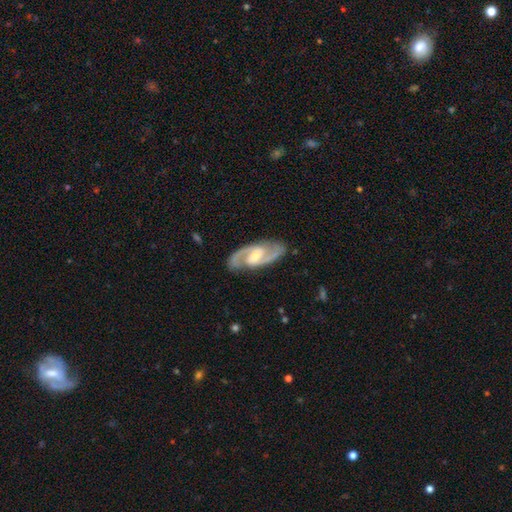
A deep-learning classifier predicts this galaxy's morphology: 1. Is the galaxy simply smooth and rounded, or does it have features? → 90% featured or disk, 6% smooth, 4% star or artifact.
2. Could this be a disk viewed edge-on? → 96% no, 4% yes.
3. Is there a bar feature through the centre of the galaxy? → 49% weak, 28% strong, 23% no.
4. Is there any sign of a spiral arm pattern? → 98% yes, 2% no.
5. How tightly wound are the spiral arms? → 60% medium, 26% tight, 15% loose.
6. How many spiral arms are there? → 93% 2, 2% can't tell, 1% 3, 1% 1, 1% 4, 1% more than 4.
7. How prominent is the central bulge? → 48% small, 45% moderate, 3% none, 3% large, 1% dominant.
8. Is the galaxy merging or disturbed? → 86% none, 10% minor disturbance, 3% major disturbance, 1% merger.